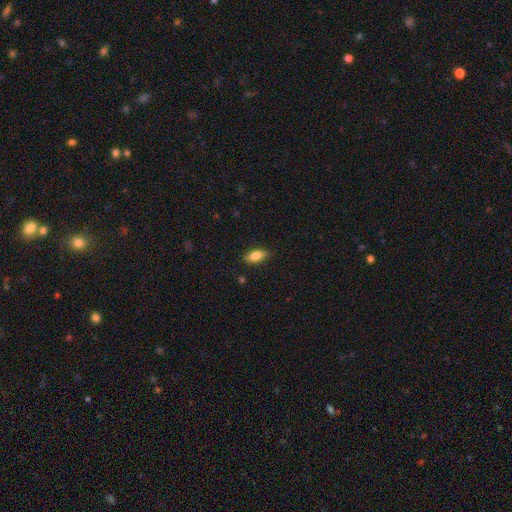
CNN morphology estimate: Smooth or featured? Predicted: smooth (p=0.83). How rounded? Predicted: in between (p=0.86). Merging? Predicted: none (p=0.87).